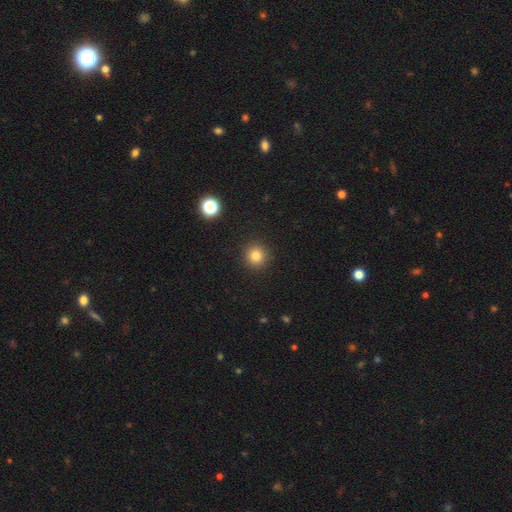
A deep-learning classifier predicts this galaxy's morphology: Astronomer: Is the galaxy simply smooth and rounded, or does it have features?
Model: smooth — 82%.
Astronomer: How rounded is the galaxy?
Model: round — 93%.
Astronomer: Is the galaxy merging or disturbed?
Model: none — 92%.